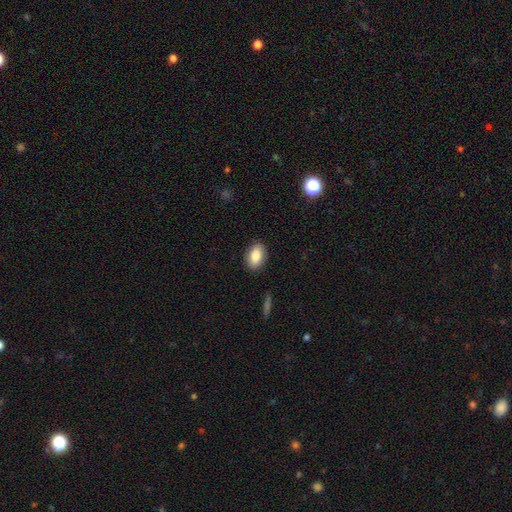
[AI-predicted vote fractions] Smooth or featured: smooth — 83% (featured or disk — 10%)
How rounded: in between — 89% (round — 9%)
Merging: none — 88% (minor disturbance — 9%)